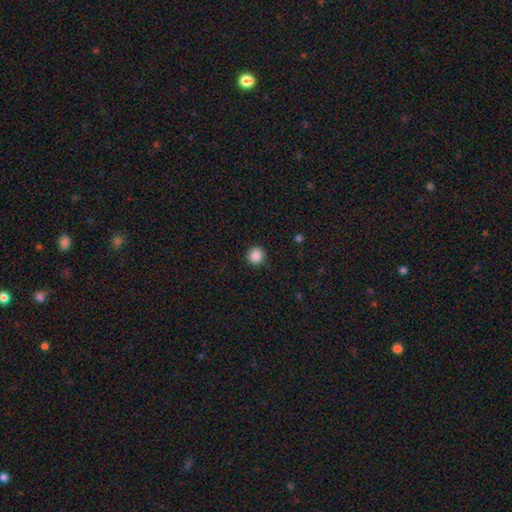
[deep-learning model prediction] smooth 87%, star or artifact 10%, featured or disk 3%. Down the decision tree: how rounded — round (93%); merging — none (92%).